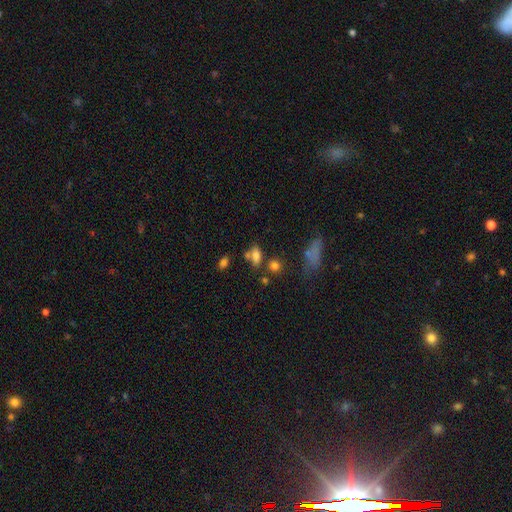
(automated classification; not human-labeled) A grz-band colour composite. It shows a smooth galaxy with no disk features (74%) that is in between round and cigar-shaped (78%). Merging: none (54%).